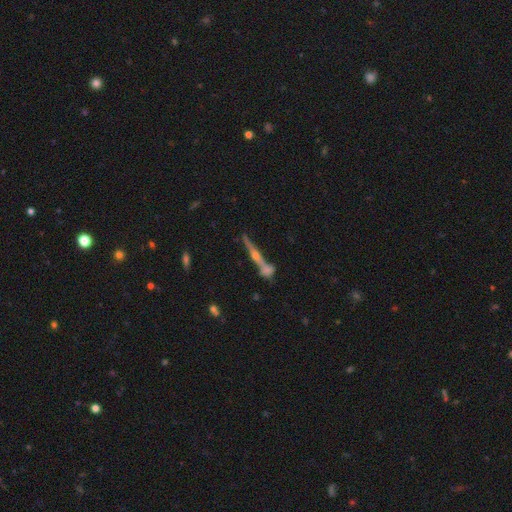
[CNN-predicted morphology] This appears to be a featured or disk galaxy (71%) viewed edge-on (91%) with a rounded central bulge (86%). Merging: none (54%).